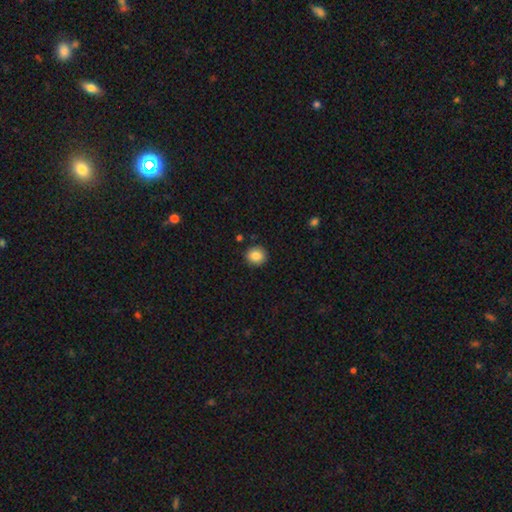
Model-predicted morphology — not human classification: type=smooth (86%); roundness=round (90%); merging=none (90%).